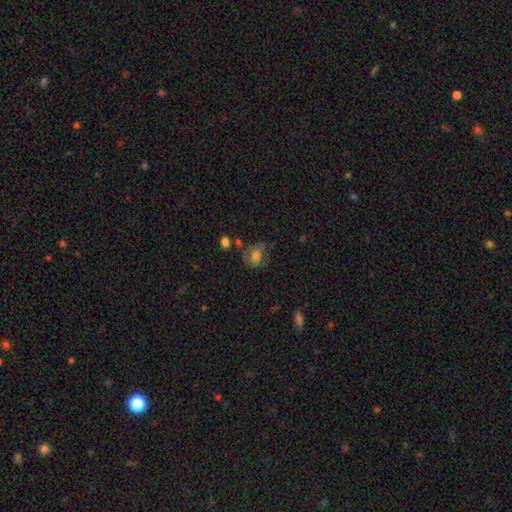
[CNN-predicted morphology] The model was most divided on "how rounded": round: 54%, in between: 44%, cigar-shaped: 1%. Remaining: smooth or featured — smooth (57%); merging — none (47%).